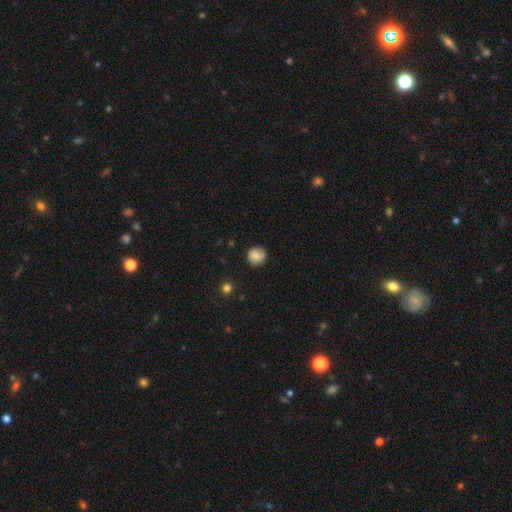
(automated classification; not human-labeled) This is clearly a smooth galaxy (84%). How rounded: clearly round (88%). Merging: clearly none (82%).